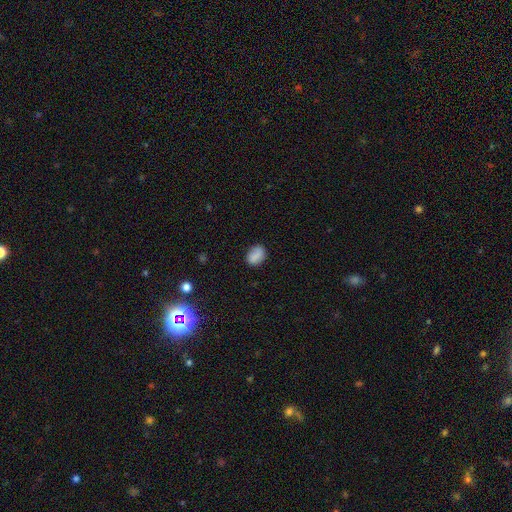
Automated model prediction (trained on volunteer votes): This appears to be a smooth galaxy with no disk features (84%) that is in between round and cigar-shaped (72%). Merging: none (81%).